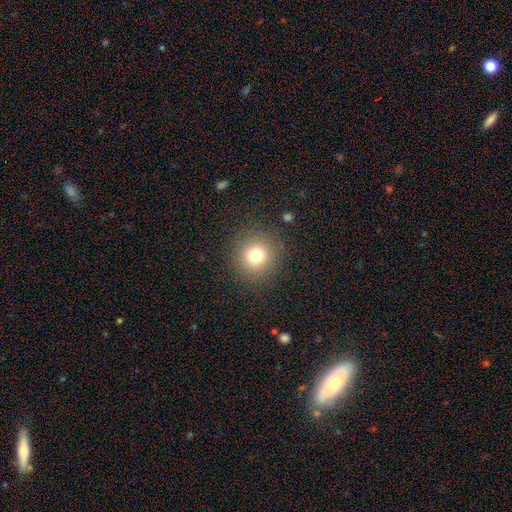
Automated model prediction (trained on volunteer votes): Q: Smooth or featured?
A: smooth (76%); runner-up: star or artifact (15%)
Q: How rounded?
A: round (93%); runner-up: in between (6%)
Q: Merging?
A: none (88%); runner-up: minor disturbance (7%)